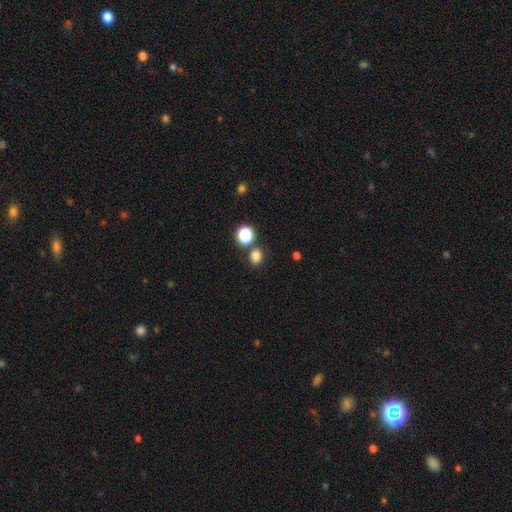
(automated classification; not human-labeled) Smooth or featured?
  - smooth: 79% *
  - star or artifact: 16%
  - featured or disk: 5%
How rounded?
  - round: 59% *
  - in between: 40%
  - cigar-shaped: 1%
Merging?
  - none: 76% *
  - merger: 11%
  - minor disturbance: 9%
  - major disturbance: 3%